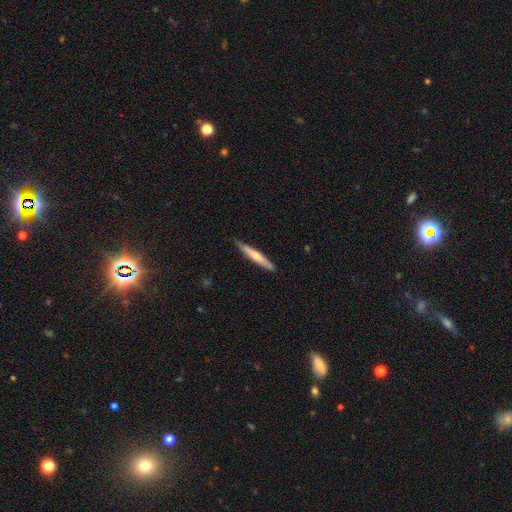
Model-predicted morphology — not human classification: Smooth or featured? smooth (52%)
How rounded? cigar-shaped (94%)
Merging? none (84%)